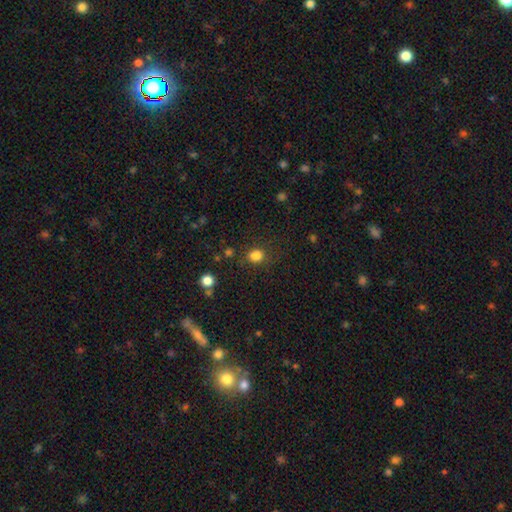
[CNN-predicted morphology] Smooth or featured?
  - smooth: 82% *
  - star or artifact: 14%
  - featured or disk: 4%
How rounded?
  - round: 55% *
  - in between: 44%
  - cigar-shaped: 1%
Merging?
  - none: 72% *
  - minor disturbance: 16%
  - major disturbance: 7%
  - merger: 5%